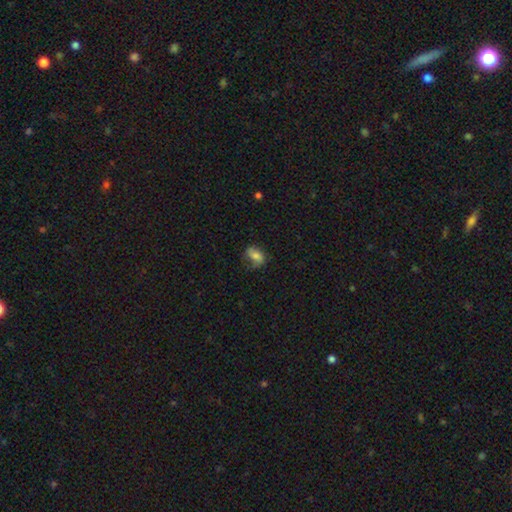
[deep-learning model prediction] The model was most divided on "merging": none: 47%, minor disturbance: 30%, major disturbance: 20%, merger: 2%. More confident: how rounded — in between (79%); smooth or featured — smooth (62%).